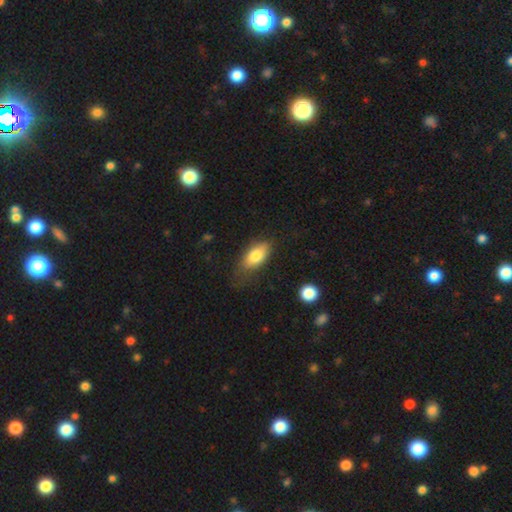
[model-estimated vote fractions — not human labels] Smooth or featured? Predicted: smooth (p=0.79). How rounded? Predicted: in between (p=0.88). Merging? Predicted: none (p=0.61).